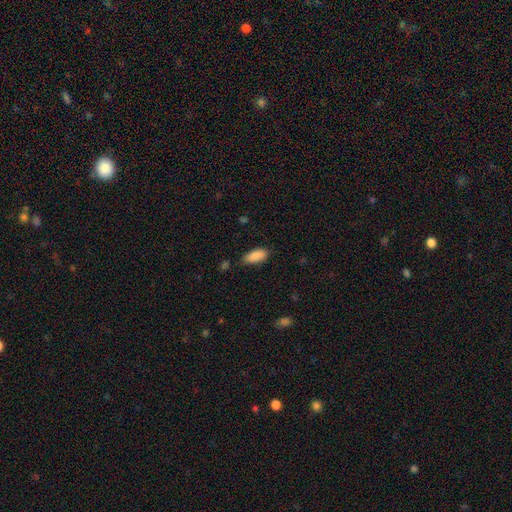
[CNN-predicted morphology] Smooth or featured?
  - smooth: 88% *
  - star or artifact: 7%
  - featured or disk: 5%
How rounded?
  - in between: 88% *
  - cigar-shaped: 10%
  - round: 2%
Merging?
  - none: 73% *
  - minor disturbance: 20%
  - major disturbance: 4%
  - merger: 2%